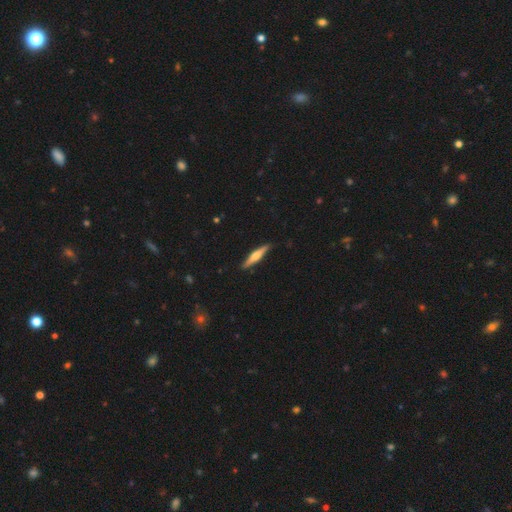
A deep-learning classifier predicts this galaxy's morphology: Overall: featured or disk (59%; smooth 36%). Edge-on disk: yes (96%). Edge-on bulge: rounded (85%). Merging: none (88%).